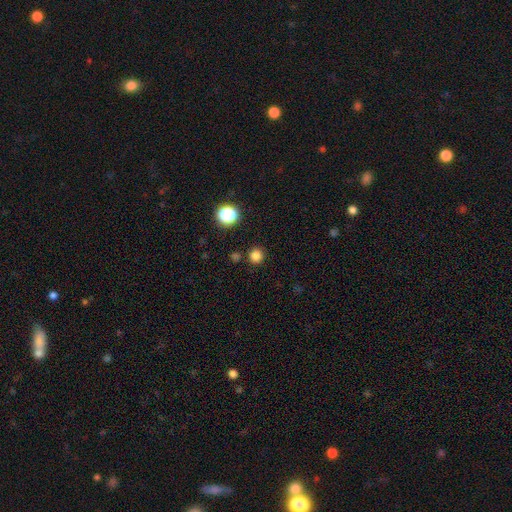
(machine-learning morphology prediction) smooth-or-featured: smooth: 81% | star or artifact: 16% | featured or disk: 4%
  how-rounded: round: 94% | in between: 5% | cigar-shaped: 1%
  merging: none: 87% | minor disturbance: 6% | merger: 4% | major disturbance: 2%